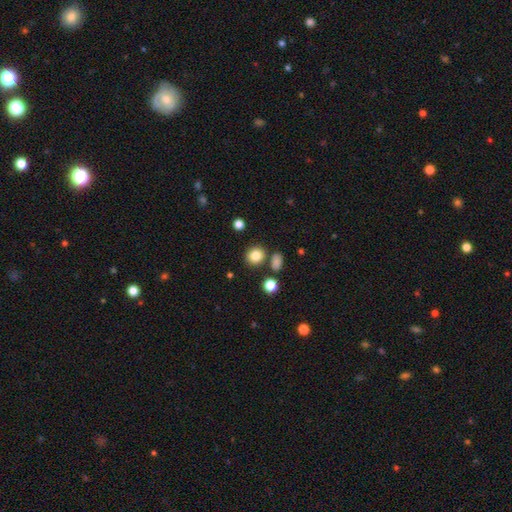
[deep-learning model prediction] smooth 84%, star or artifact 11%, featured or disk 5%. Down the decision tree: how rounded — round (80%); merging — none (80%).